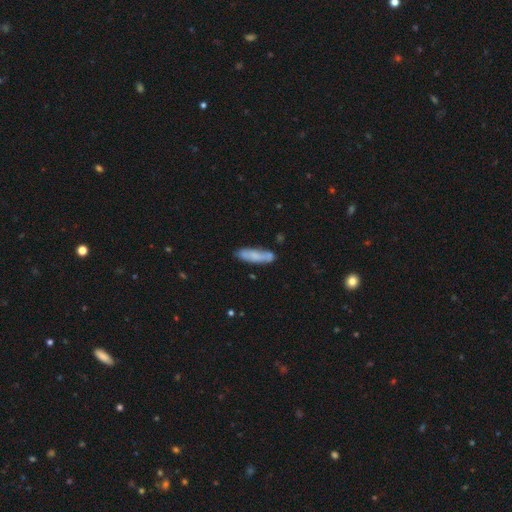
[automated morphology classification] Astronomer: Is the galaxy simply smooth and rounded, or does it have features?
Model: smooth — 65%.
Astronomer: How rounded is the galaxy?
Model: cigar-shaped — 62%.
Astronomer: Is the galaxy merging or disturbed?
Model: none — 67%.